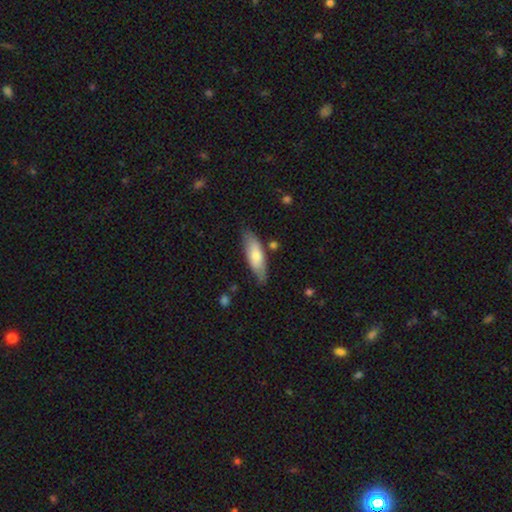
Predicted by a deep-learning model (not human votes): smooth 70%, featured or disk 24%, star or artifact 6%. Down the decision tree: how rounded — in between (57%); merging — none (74%).